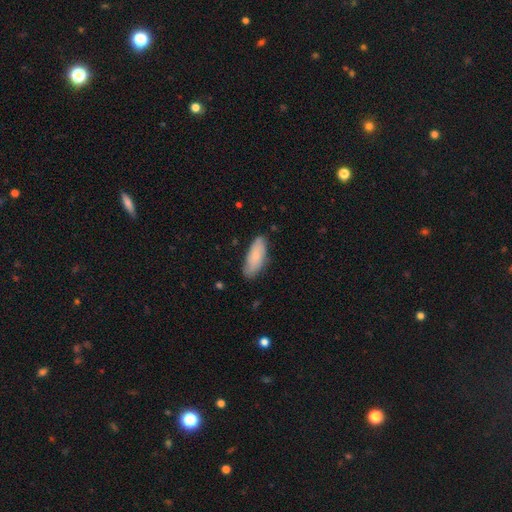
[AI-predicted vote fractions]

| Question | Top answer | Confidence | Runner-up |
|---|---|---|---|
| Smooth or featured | smooth | 73% | featured or disk (21%) |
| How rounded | in between | 76% | cigar-shaped (22%) |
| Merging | none | 76% | minor disturbance (19%) |